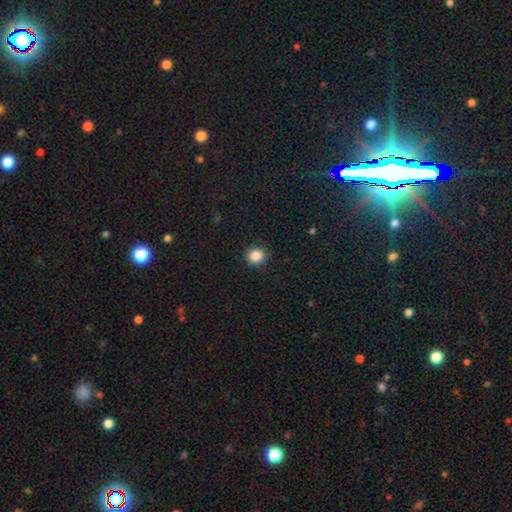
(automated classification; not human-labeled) Morphology: type=smooth (87%); roundness=round (88%); merging=none (91%).